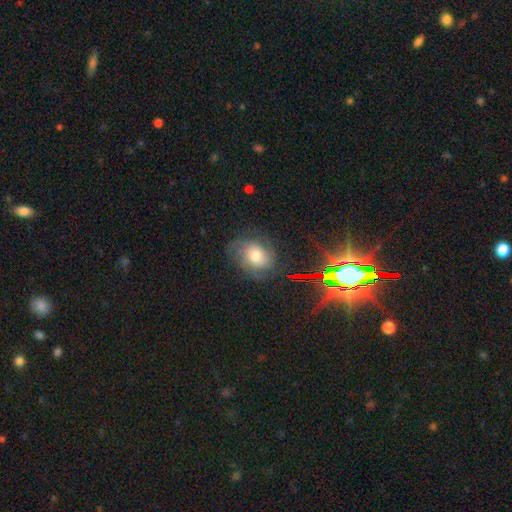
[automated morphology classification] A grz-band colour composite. It shows a featured or disk galaxy (59%) with no bar (77%), 2 (34%) tight (45%) spiral arms (88%) and a moderate central bulge (54%). Merging: none (68%).